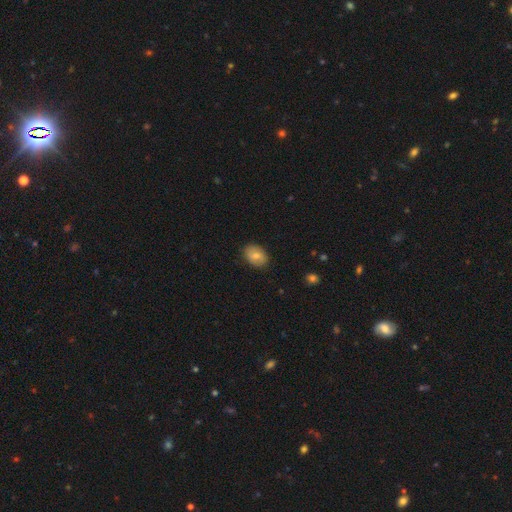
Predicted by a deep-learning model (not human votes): Overall: smooth (75%). How rounded: in between (78%). Merging: none (86%).